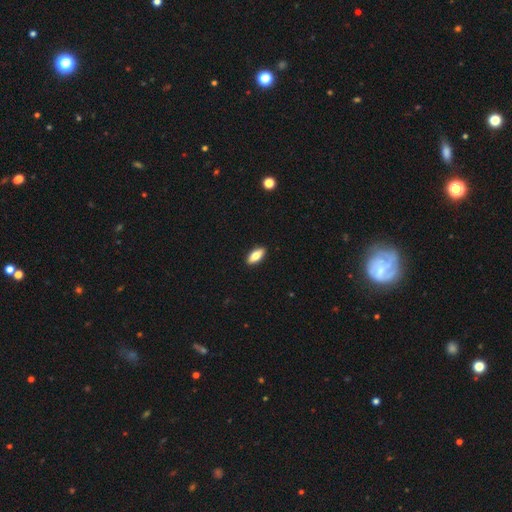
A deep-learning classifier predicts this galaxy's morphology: Q: Smooth or featured?
A: smooth (76%); runner-up: featured or disk (17%)
Q: How rounded?
A: in between (81%); runner-up: cigar-shaped (16%)
Q: Merging?
A: none (91%); runner-up: minor disturbance (7%)